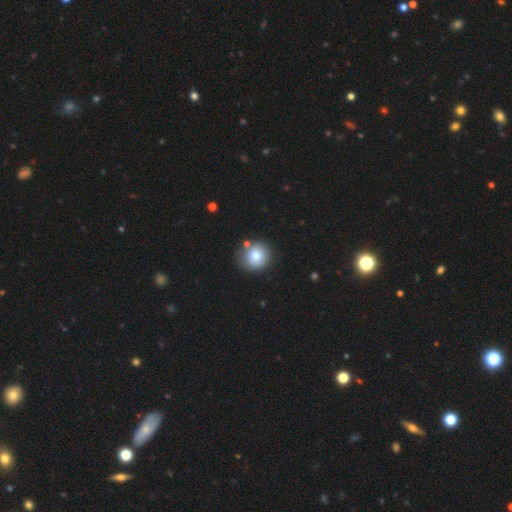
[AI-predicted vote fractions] Smooth or featured? smooth (80%)
How rounded? round (87%)
Merging? none (78%)